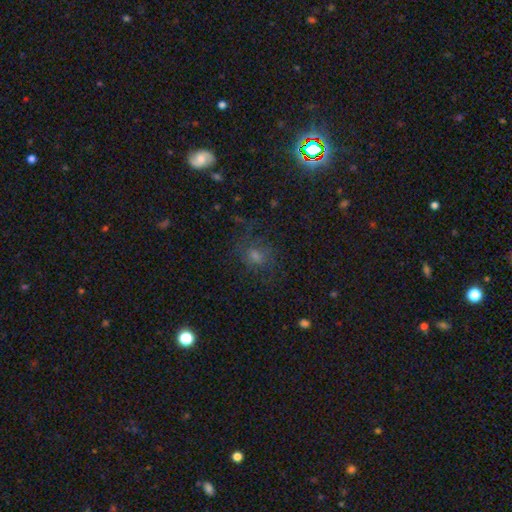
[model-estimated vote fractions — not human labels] Overall: smooth (58%; star or artifact 23%). How rounded: round (55%; in between 43%). Merging: none (60%; minor disturbance 20%).